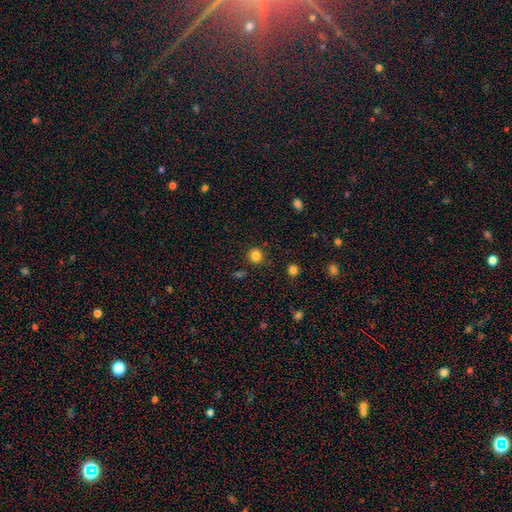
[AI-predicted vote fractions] This appears to be a smooth galaxy with no disk features (83%) that is round (92%). Merging: none (89%).